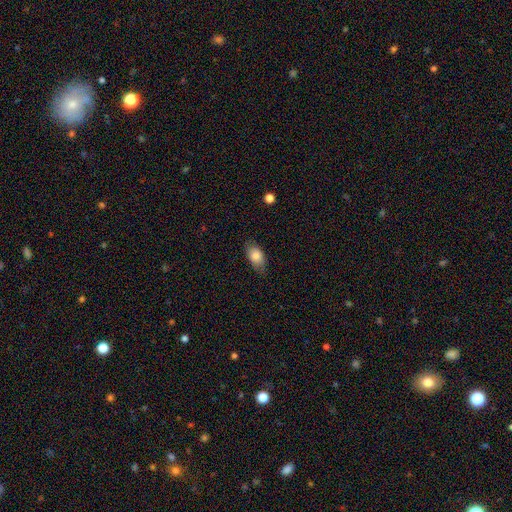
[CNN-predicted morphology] Smooth or featured? smooth (80%)
How rounded? in between (89%)
Merging? none (76%)